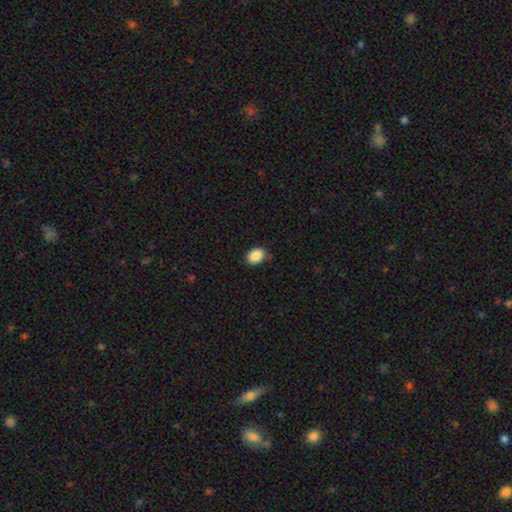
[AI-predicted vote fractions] smooth_or_featured: smooth (p=0.88) [alt: star or artifact p=0.08]
how_rounded: in between (p=0.59) [alt: round p=0.40]
merging: none (p=0.81) [alt: minor disturbance p=0.16]